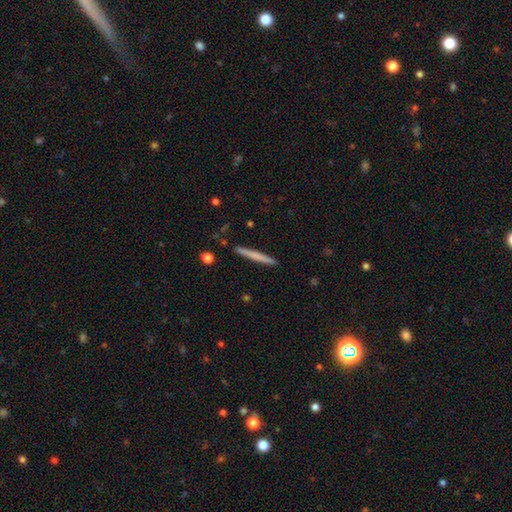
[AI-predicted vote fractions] A smooth galaxy with no disk features (63%) that is cigar-shaped (97%).

Vote fractions:
- Smooth or featured? smooth: 63% / featured or disk: 32% / star or artifact: 5%
- How rounded? cigar-shaped: 97% / in between: 2% / round: 1%
- Merging? none: 92% / minor disturbance: 6% / merger: 1% / major disturbance: 1%